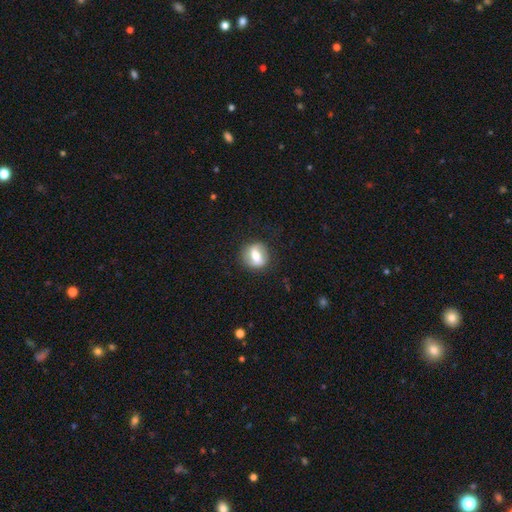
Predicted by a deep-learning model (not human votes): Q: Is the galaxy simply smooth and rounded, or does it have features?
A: smooth — 49%.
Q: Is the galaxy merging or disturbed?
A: none — 83%.